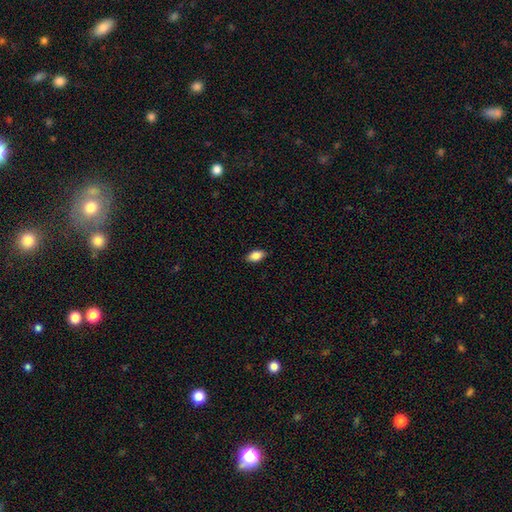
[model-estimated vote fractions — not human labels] This appears to be a smooth galaxy with no disk features (86%) that is in between round and cigar-shaped (91%). Merging: none (88%).